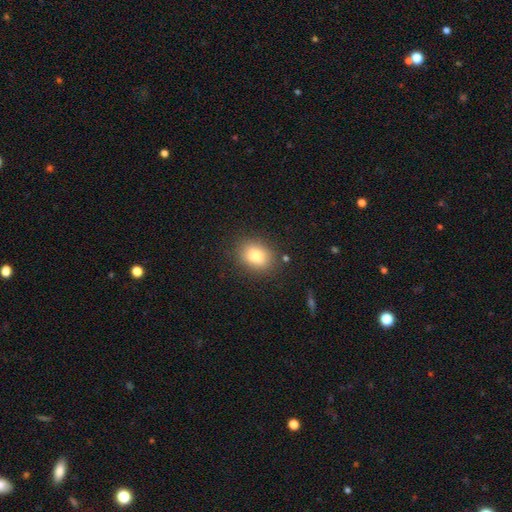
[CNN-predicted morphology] Smooth or featured? smooth (81%)
How rounded? in between (62%)
Merging? none (84%)